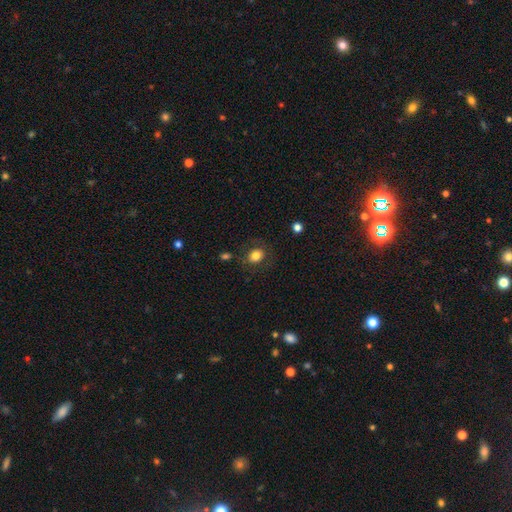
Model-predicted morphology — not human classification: Smooth or featured? smooth (80%)
How rounded? round (55%)
Merging? none (79%)